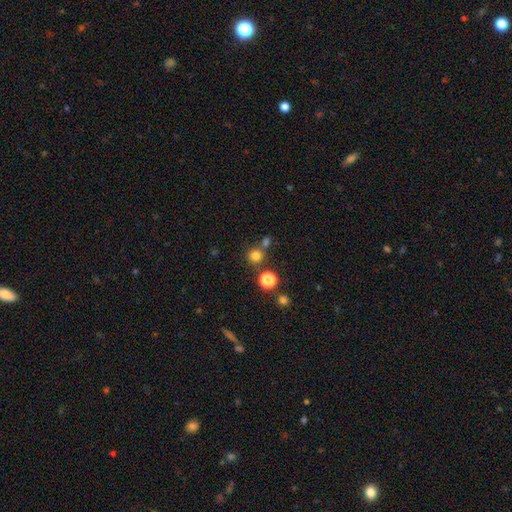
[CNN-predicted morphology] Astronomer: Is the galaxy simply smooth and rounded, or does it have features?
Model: smooth — 76%.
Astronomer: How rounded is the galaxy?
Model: round — 92%.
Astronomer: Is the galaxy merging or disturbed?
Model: none — 73%.